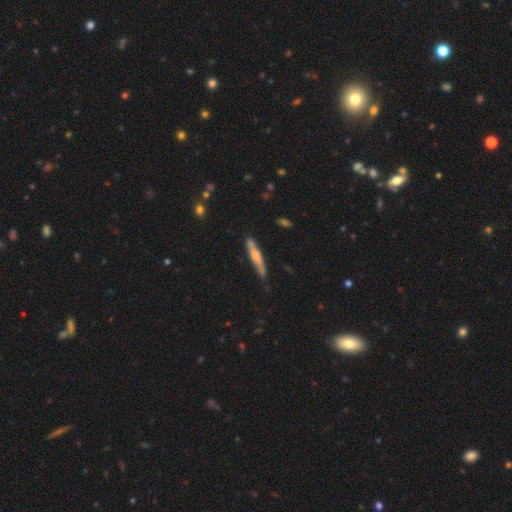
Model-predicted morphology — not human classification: A featured or disk galaxy (49%).

Vote fractions:
- Smooth or featured? featured or disk: 49% / smooth: 46% / star or artifact: 6%
- Merging? none: 70% / minor disturbance: 22% / merger: 4% / major disturbance: 4%